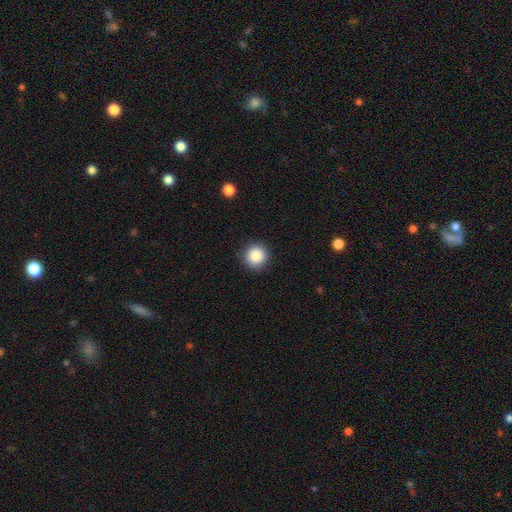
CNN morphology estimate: Smooth or featured: smooth — 87% (star or artifact — 9%)
How rounded: round — 95% (in between — 4%)
Merging: none — 91% (minor disturbance — 6%)